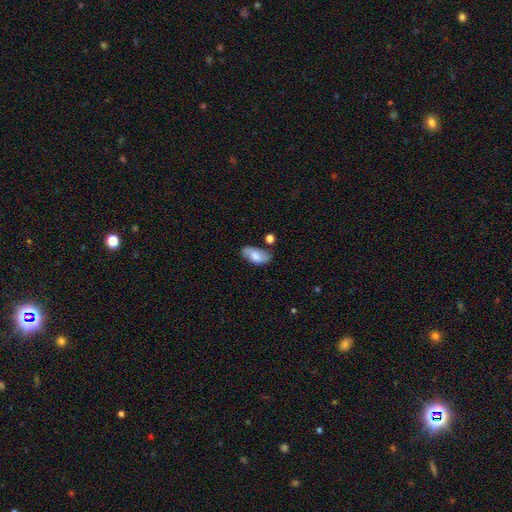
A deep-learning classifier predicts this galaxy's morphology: smooth_or_featured: smooth (p=0.62) [alt: featured or disk p=0.31]
how_rounded: in between (p=0.92) [alt: cigar-shaped p=0.04]
merging: none (p=0.67) [alt: minor disturbance p=0.21]